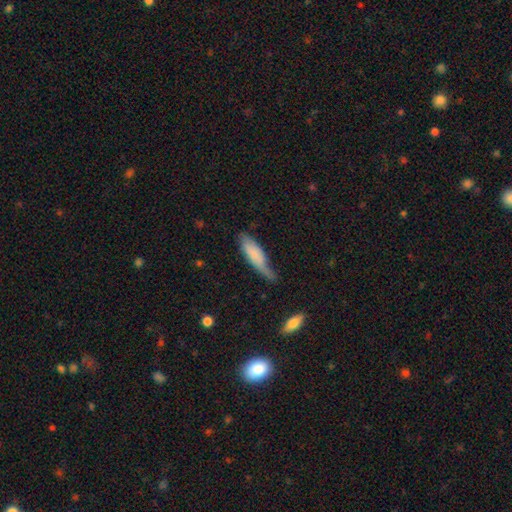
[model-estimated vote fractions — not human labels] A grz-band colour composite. It shows a smooth galaxy with no disk features (71%) that is cigar-shaped (56%). Merging: none (41%, tied with minor disturbance).